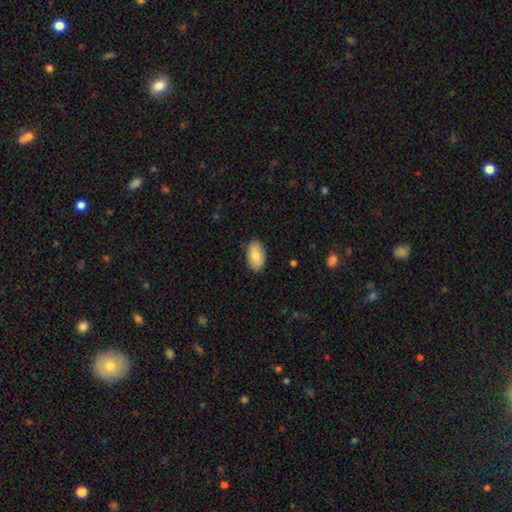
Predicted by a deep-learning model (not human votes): This is clearly a smooth galaxy (81%). How rounded: clearly in between (93%). Merging: clearly none (84%).